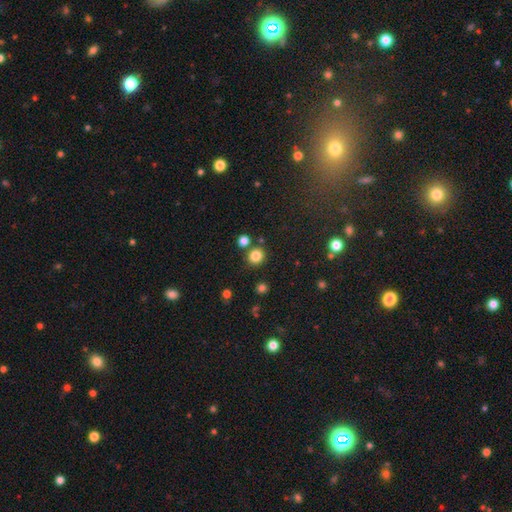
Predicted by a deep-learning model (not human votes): Q: Smooth or featured?
A: smooth (83%); runner-up: star or artifact (13%)
Q: How rounded?
A: round (85%); runner-up: in between (14%)
Q: Merging?
A: none (80%); runner-up: merger (9%)